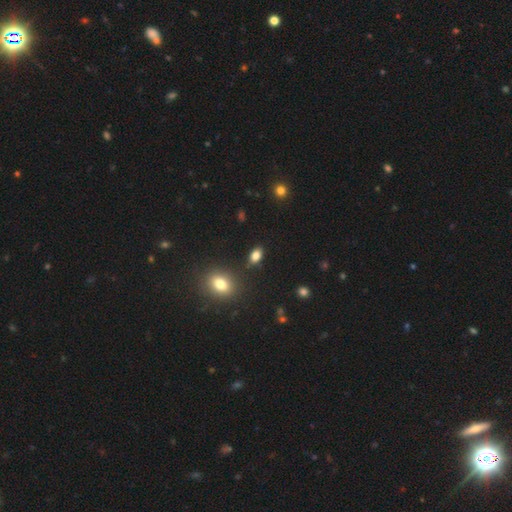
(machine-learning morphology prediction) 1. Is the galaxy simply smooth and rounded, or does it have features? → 82% smooth, 11% star or artifact, 7% featured or disk.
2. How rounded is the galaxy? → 87% in between, 10% round, 3% cigar-shaped.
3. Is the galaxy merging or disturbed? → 84% none, 10% minor disturbance, 4% merger, 3% major disturbance.